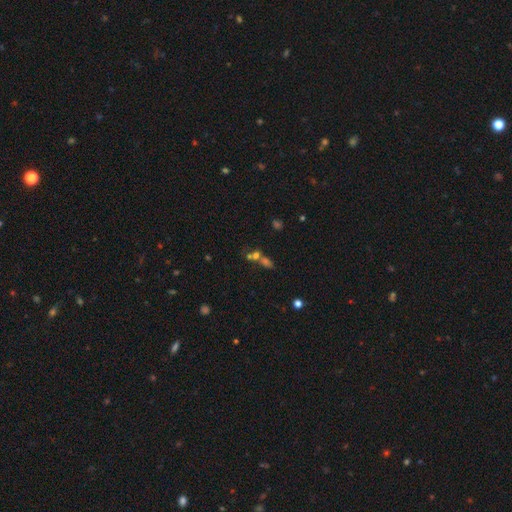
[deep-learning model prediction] Smooth or featured? Predicted: smooth (p=0.53). How rounded? Predicted: in between (p=0.46). Merging? Predicted: merger (p=0.54).